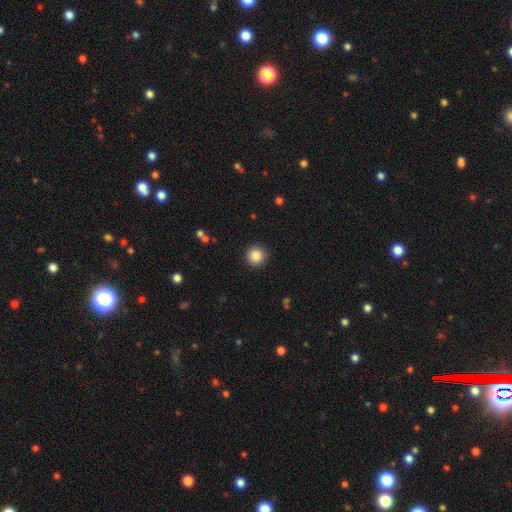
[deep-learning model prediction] Q: Smooth or featured?
A: smooth (86%); runner-up: star or artifact (10%)
Q: How rounded?
A: round (95%); runner-up: in between (4%)
Q: Merging?
A: none (91%); runner-up: minor disturbance (6%)